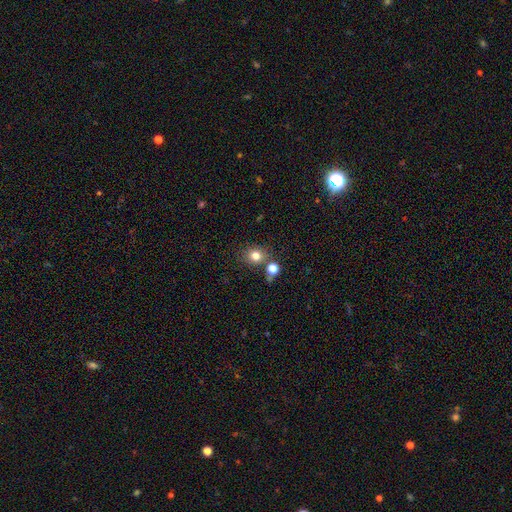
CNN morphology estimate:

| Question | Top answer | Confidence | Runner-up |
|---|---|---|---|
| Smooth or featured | smooth | 79% | star or artifact (14%) |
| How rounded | round | 77% | in between (22%) |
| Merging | none | 73% | merger (13%) |